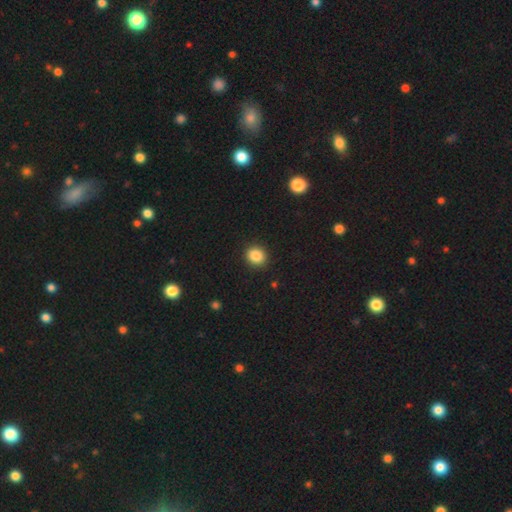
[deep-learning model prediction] Q: Smooth or featured?
A: smooth (86%); runner-up: star or artifact (10%)
Q: How rounded?
A: round (73%); runner-up: in between (26%)
Q: Merging?
A: none (91%); runner-up: minor disturbance (6%)